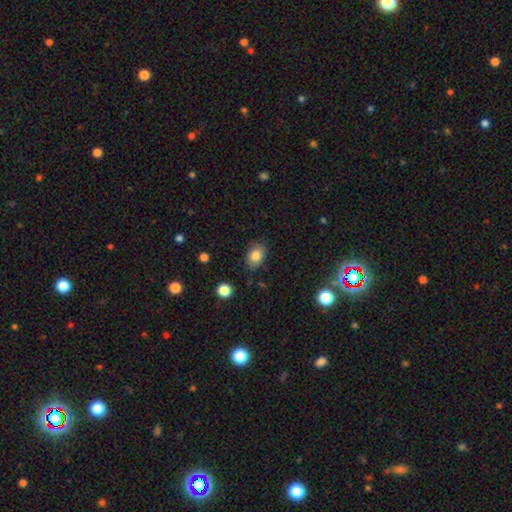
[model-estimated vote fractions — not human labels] smooth-or-featured: smooth: 83% | star or artifact: 9% | featured or disk: 8%
  how-rounded: in between: 76% | round: 23% | cigar-shaped: 1%
  merging: none: 81% | minor disturbance: 14% | major disturbance: 3% | merger: 2%